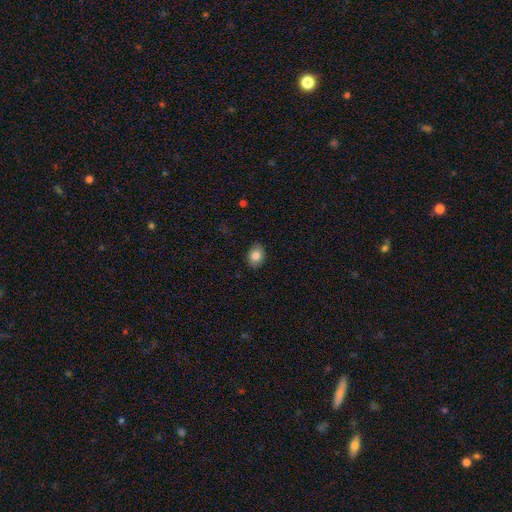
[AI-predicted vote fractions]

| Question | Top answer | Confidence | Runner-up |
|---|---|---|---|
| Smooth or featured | smooth | 81% | featured or disk (10%) |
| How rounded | in between | 65% | round (34%) |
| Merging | none | 86% | minor disturbance (11%) |